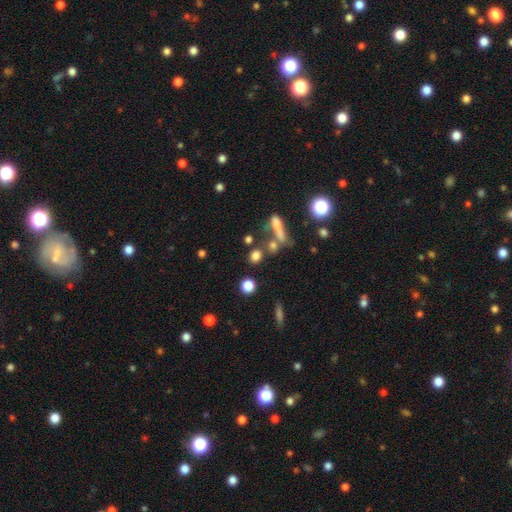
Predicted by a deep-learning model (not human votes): This is likely a smooth galaxy (74%). How rounded: likely round (71%). Merging: likely none (63%).